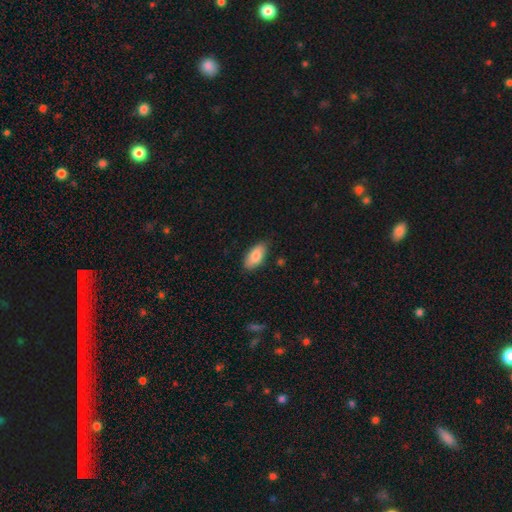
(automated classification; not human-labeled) This appears to be a smooth galaxy with no disk features (83%) that is in between round and cigar-shaped (90%). Merging: none (83%).